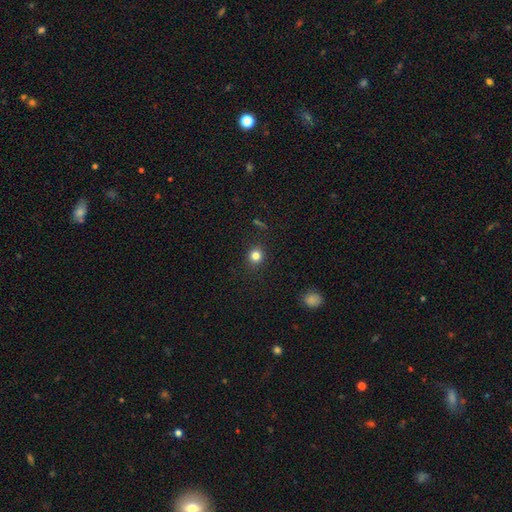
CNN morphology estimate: smooth 81%, star or artifact 13%, featured or disk 6%. Down the decision tree: how rounded — round (86%); merging — none (89%).